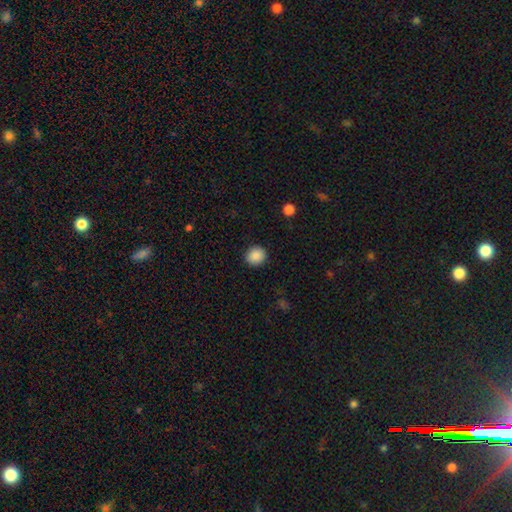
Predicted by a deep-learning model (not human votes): smooth-or-featured: smooth: 89% | star or artifact: 8% | featured or disk: 3%
  how-rounded: round: 84% | in between: 16% | cigar-shaped: 1%
  merging: none: 91% | minor disturbance: 6% | major disturbance: 2% | merger: 1%